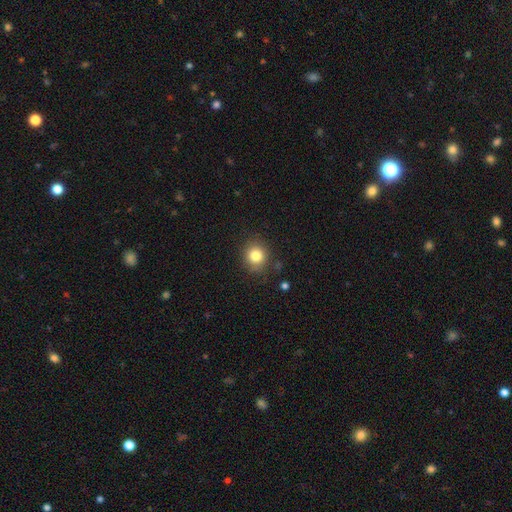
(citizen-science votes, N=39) Volunteers were most divided on "how rounded": round: 77%, in between: 23%, cigar-shaped: 0%. More confident: merging — none (86%); smooth or featured — smooth (77%).